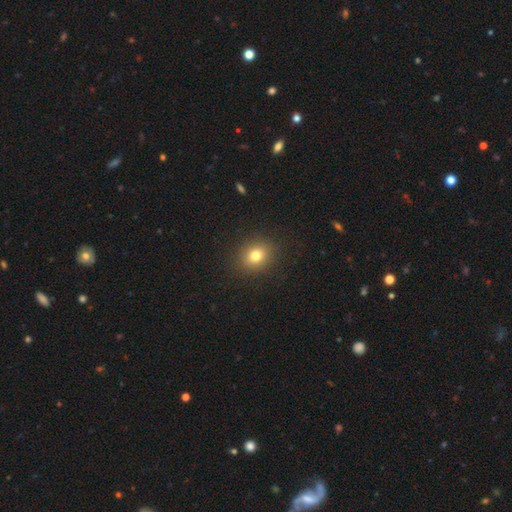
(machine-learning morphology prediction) A smooth galaxy with no disk features (79%) that is round (62%).

Vote fractions:
- Smooth or featured? smooth: 79% / star or artifact: 13% / featured or disk: 9%
- How rounded? round: 62% / in between: 37% / cigar-shaped: 1%
- Merging? none: 89% / minor disturbance: 7% / major disturbance: 3% / merger: 1%